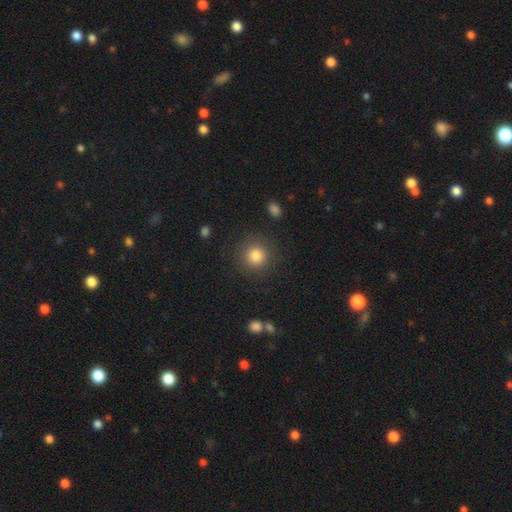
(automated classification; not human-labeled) smooth_or_featured: smooth (p=0.83) [alt: star or artifact p=0.11]
how_rounded: round (p=0.92) [alt: in between p=0.07]
merging: none (p=0.87) [alt: minor disturbance p=0.08]